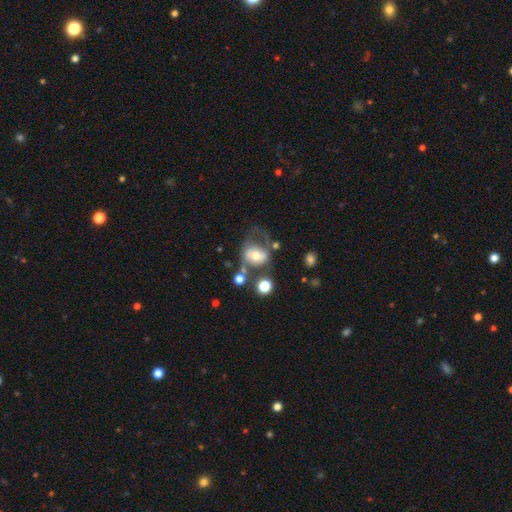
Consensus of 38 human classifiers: Morphology: type=smooth (50%); roundness=round (79%); merging=major disturbance (41%).